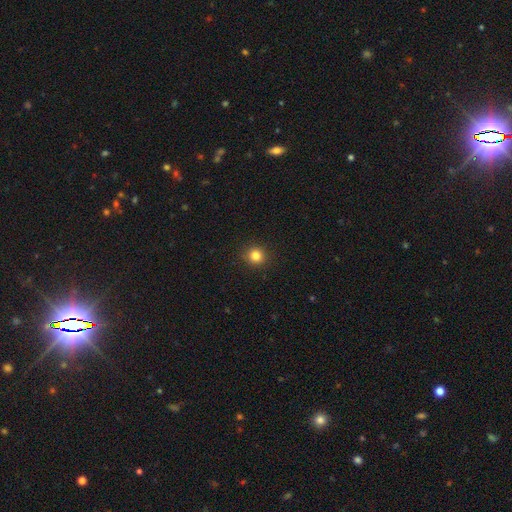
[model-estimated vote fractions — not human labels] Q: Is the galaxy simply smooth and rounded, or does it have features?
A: smooth — 83%.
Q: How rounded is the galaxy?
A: round — 91%.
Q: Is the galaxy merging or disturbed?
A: none — 92%.